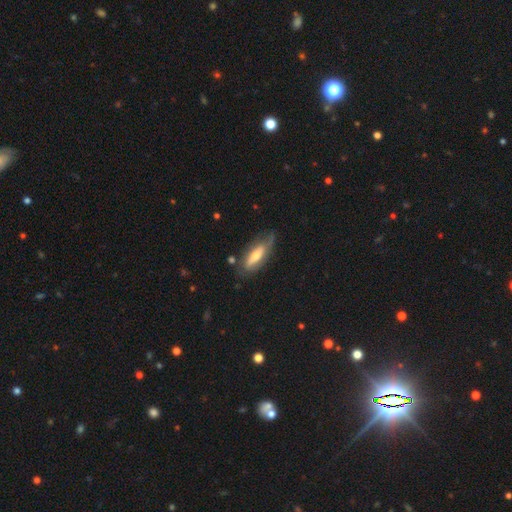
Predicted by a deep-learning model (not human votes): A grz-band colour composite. It shows a featured or disk galaxy (52%). Merging: none (57%).